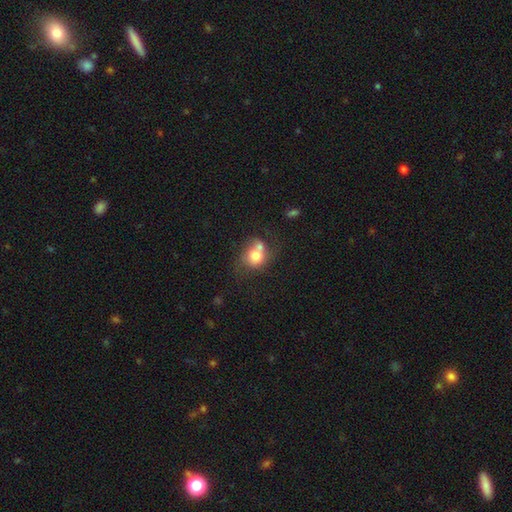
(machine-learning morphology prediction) This appears to be a smooth galaxy with no disk features (72%) that is round (69%). Merging: merger (50%).